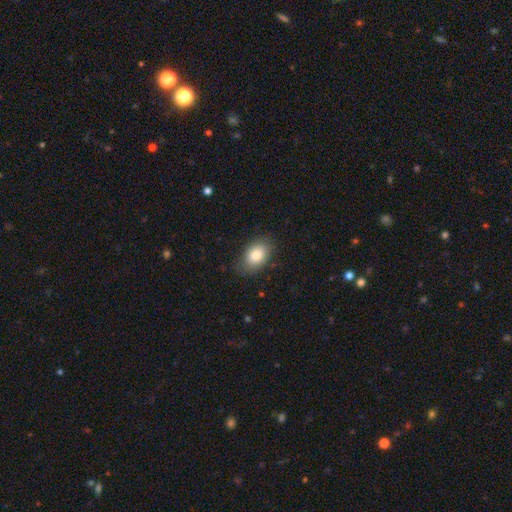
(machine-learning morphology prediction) A smooth galaxy with no disk features (82%) that is in between round and cigar-shaped (86%).

Vote fractions:
- Smooth or featured? smooth: 82% / featured or disk: 11% / star or artifact: 8%
- How rounded? in between: 86% / round: 13% / cigar-shaped: 1%
- Merging? none: 79% / minor disturbance: 16% / major disturbance: 4% / merger: 1%